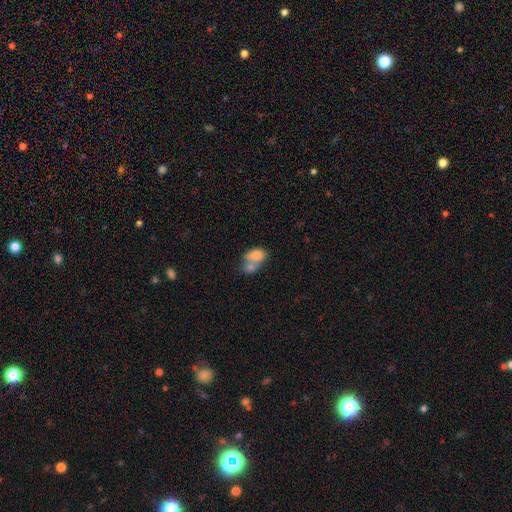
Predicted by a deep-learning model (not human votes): Smooth or featured?
  - smooth: 77% *
  - featured or disk: 15%
  - star or artifact: 8%
How rounded?
  - in between: 84% *
  - round: 14%
  - cigar-shaped: 2%
Merging?
  - merger: 69% *
  - none: 17%
  - minor disturbance: 8%
  - major disturbance: 6%